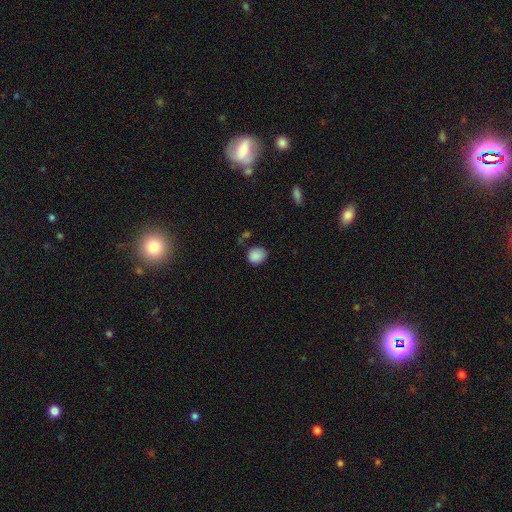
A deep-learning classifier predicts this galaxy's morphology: type=smooth (87%); roundness=round (76%); merging=none (75%).